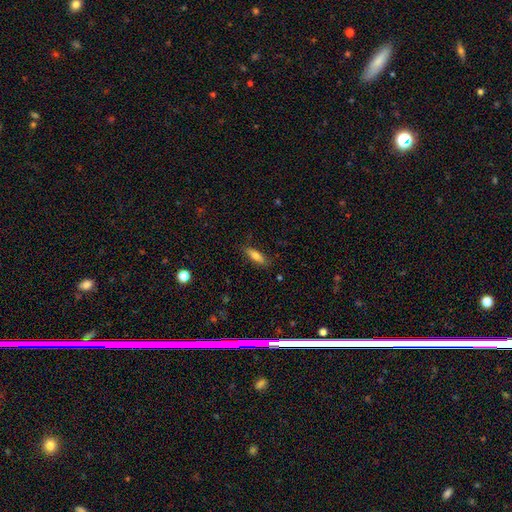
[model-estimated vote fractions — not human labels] Smooth or featured: smooth — 73% (featured or disk — 20%)
How rounded: cigar-shaped — 50% (in between — 48%)
Merging: none — 84% (minor disturbance — 12%)